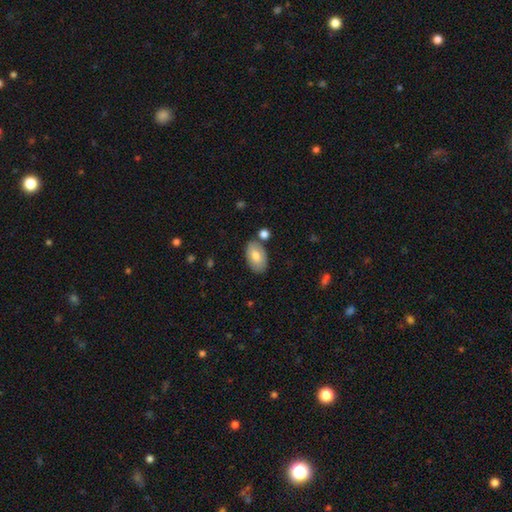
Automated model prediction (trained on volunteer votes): Overall: smooth (77%). How rounded: in between (94%). Merging: none (77%).